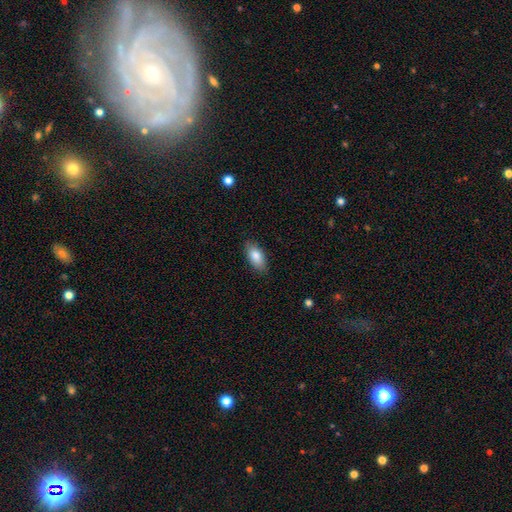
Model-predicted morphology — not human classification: This is clearly a smooth galaxy (84%). How rounded: clearly in between (90%). Merging: clearly none (84%).